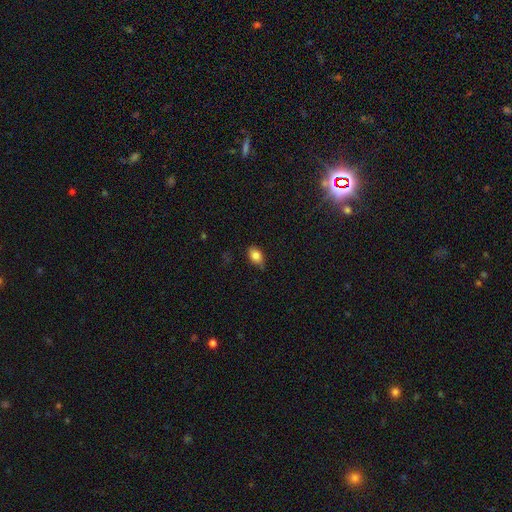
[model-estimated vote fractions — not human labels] Smooth or featured? smooth (82%)
How rounded? in between (82%)
Merging? none (70%)